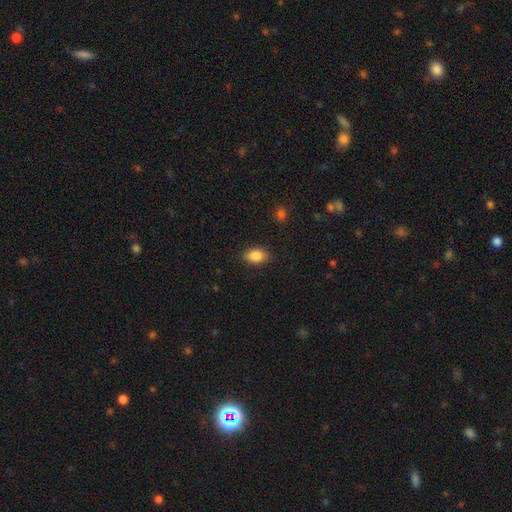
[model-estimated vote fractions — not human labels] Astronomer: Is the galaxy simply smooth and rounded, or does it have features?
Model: smooth — 85%.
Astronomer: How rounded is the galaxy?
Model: in between — 87%.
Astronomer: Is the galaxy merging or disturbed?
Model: none — 86%.